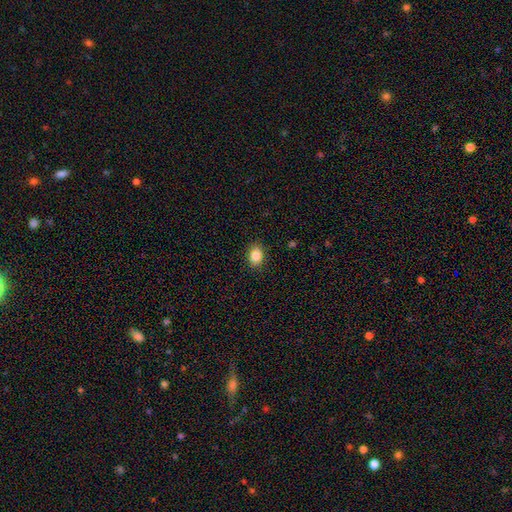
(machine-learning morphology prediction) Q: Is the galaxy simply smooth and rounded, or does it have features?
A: smooth — 86%.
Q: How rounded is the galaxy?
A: in between — 64%.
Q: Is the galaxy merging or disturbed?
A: none — 88%.